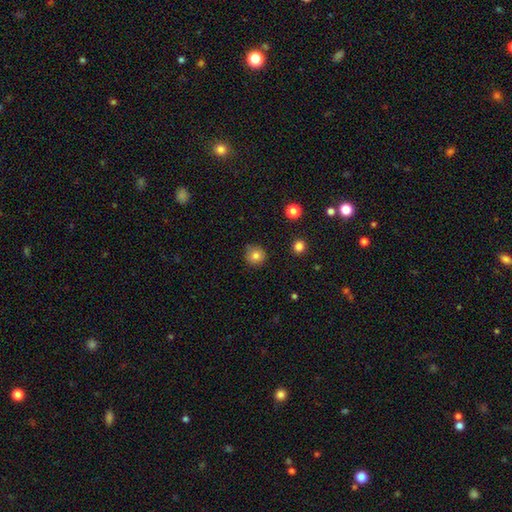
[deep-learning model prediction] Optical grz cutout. It shows a smooth galaxy with no disk features (81%) that is round (92%). Merging: none (85%).